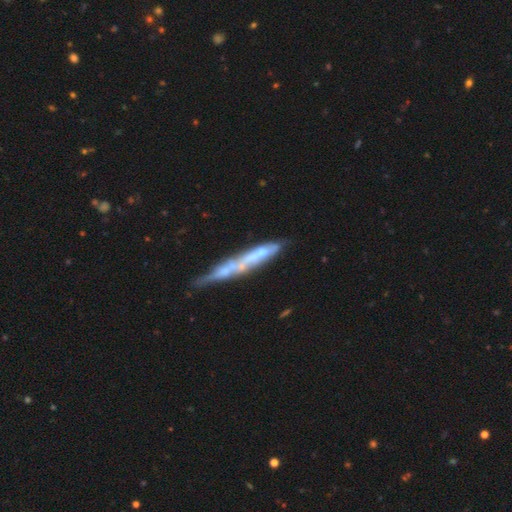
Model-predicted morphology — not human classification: Smooth or featured? Predicted: featured or disk (p=0.62). Edge-on disk? Predicted: yes (p=0.72). Merging? Predicted: none (p=0.44).